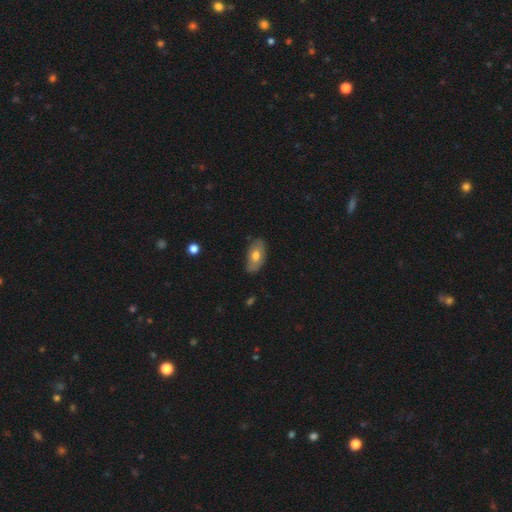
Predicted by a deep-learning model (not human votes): Smooth or featured? Predicted: smooth (p=0.66). How rounded? Predicted: in between (p=0.92). Merging? Predicted: none (p=0.78).